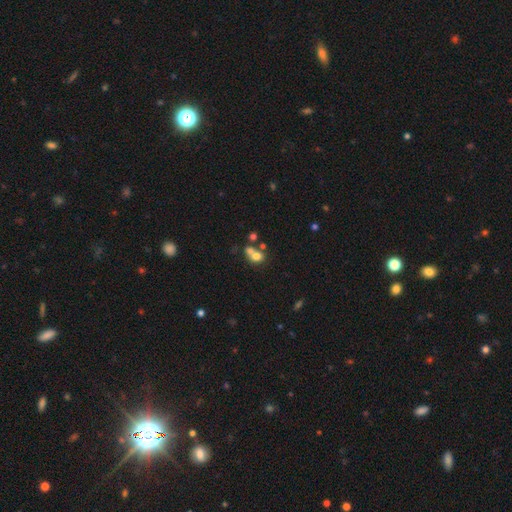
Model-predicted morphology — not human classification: smooth-or-featured: smooth: 69% | featured or disk: 17% | star or artifact: 13%
  how-rounded: round: 58% | in between: 40% | cigar-shaped: 1%
  merging: merger: 53% | none: 31% | minor disturbance: 9% | major disturbance: 6%